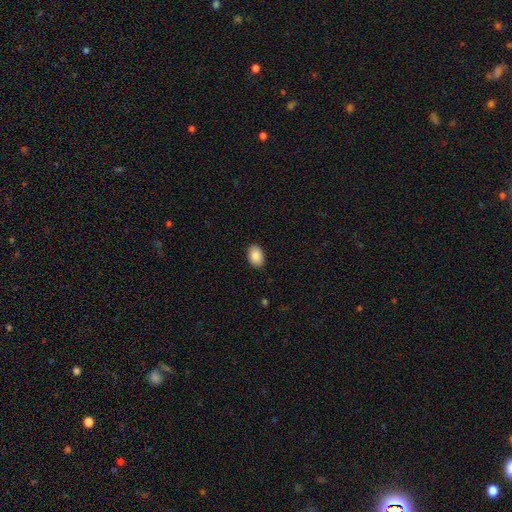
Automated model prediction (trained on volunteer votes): Smooth or featured? smooth (89%)
How rounded? in between (84%)
Merging? none (89%)